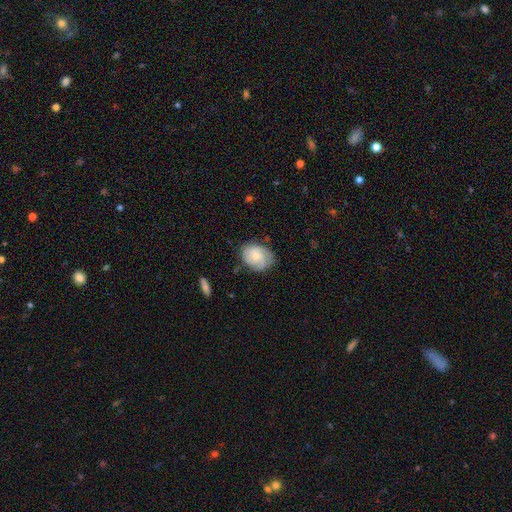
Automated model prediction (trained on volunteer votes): smooth-or-featured: featured or disk: 56% | smooth: 37% | star or artifact: 7%
  disk-edge-on: no: 97% | yes: 3%
    bar: no: 71% | weak: 26% | strong: 3%
    has-spiral-arms: yes: 90% | no: 10%
    bulge-size: small: 51% | moderate: 42% | none: 3% | large: 2% | dominant: 1%
  merging: none: 72% | minor disturbance: 21% | major disturbance: 6% | merger: 2%